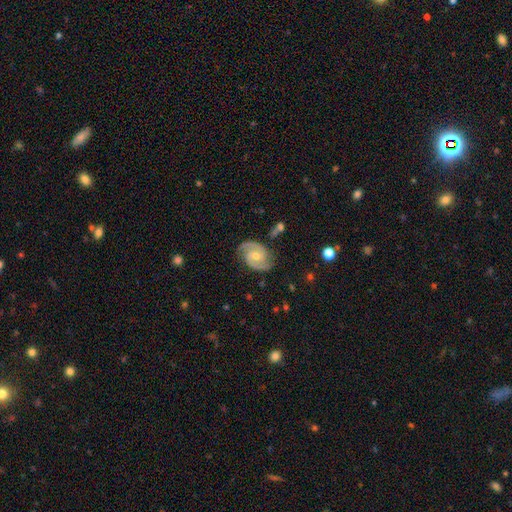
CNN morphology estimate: The model was most divided on "bar": no: 47%, weak: 42%, strong: 11%. More confident: spiral arms — yes (98%); edge-on disk — no (98%); spiral arm count — 2 (92%); smooth or featured — featured or disk (90%); merging — none (79%); bulge size — moderate (56%); spiral winding — medium (54%).